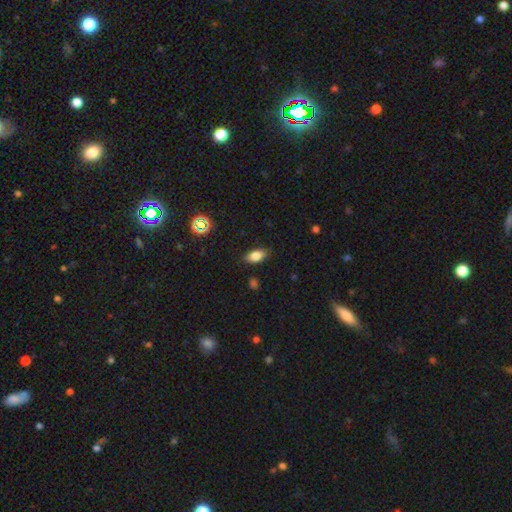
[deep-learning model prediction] smooth-or-featured: smooth: 80% | star or artifact: 10% | featured or disk: 10%
  how-rounded: in between: 89% | cigar-shaped: 6% | round: 5%
  merging: none: 85% | minor disturbance: 12% | major disturbance: 2% | merger: 1%